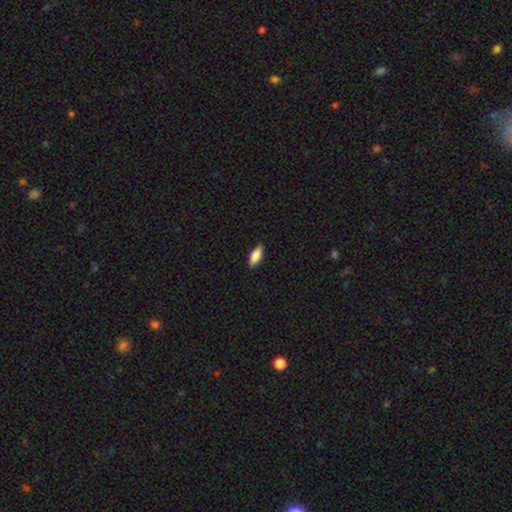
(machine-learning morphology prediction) Smooth or featured?
  - smooth: 82% *
  - featured or disk: 11%
  - star or artifact: 6%
How rounded?
  - in between: 80% *
  - cigar-shaped: 18%
  - round: 2%
Merging?
  - none: 88% *
  - minor disturbance: 9%
  - major disturbance: 2%
  - merger: 1%